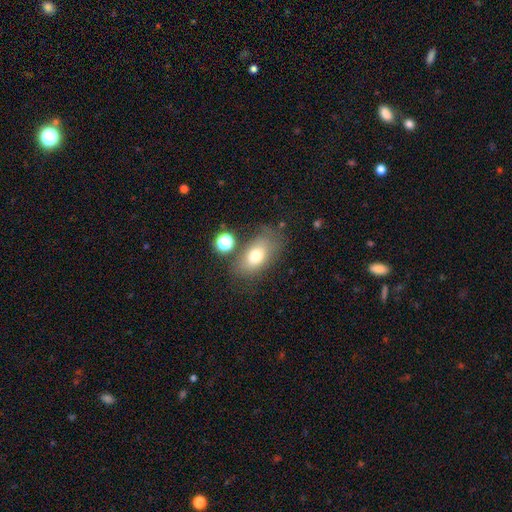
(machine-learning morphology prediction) This appears to be a smooth galaxy with no disk features (72%) that is in between round and cigar-shaped (85%). Merging: none (65%).